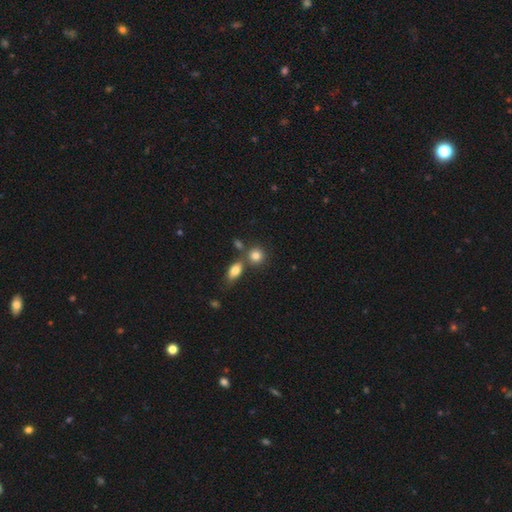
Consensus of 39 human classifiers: This appears to be a smooth galaxy with no disk features (90%) that is round (80%). Merging: none (67%).